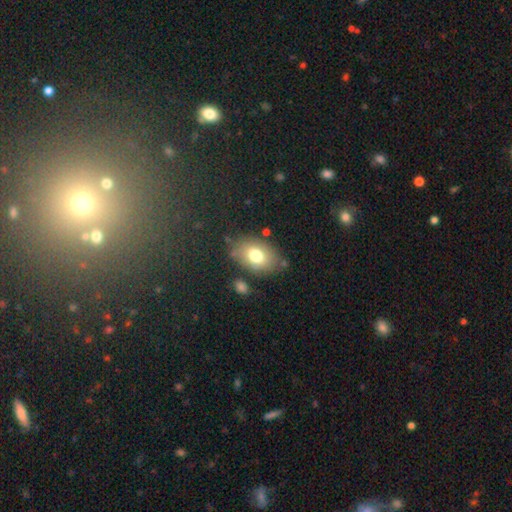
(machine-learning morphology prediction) Overall: smooth (74%). How rounded: in between (81%). Merging: none (74%).